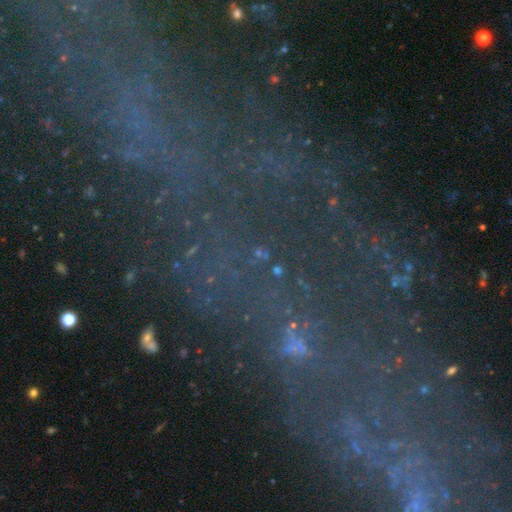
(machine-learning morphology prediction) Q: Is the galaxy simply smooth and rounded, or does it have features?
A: star or artifact — 71%.